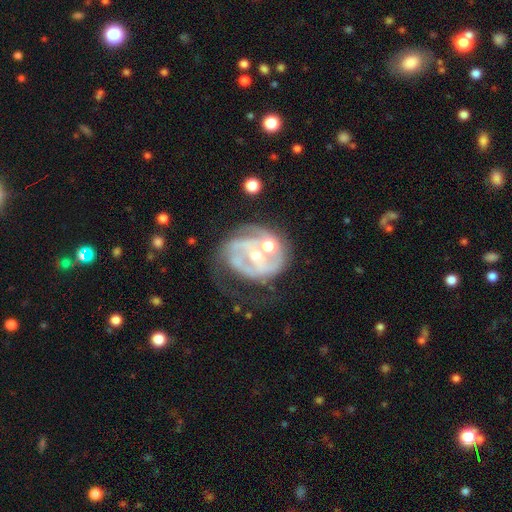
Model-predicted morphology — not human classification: smooth_or_featured: featured or disk (p=0.77) [alt: smooth p=0.14]
disk_edge_on: no (p=0.98) [alt: yes p=0.02]
bar: no (p=0.57) [alt: weak p=0.30]
has_spiral_arms: yes (p=0.74) [alt: no p=0.26]
spiral_winding: tight (p=0.42) [alt: medium p=0.37]
spiral_arm_count: can't tell (p=0.34) [alt: 2 p=0.33]
bulge_size: moderate (p=0.48) [alt: small p=0.41]
merging: none (p=0.33) [alt: major disturbance p=0.31]